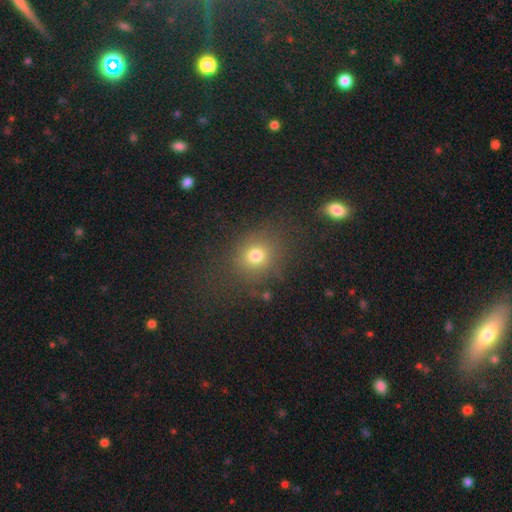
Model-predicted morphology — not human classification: Smooth or featured?
  - smooth: 74% *
  - star or artifact: 17%
  - featured or disk: 9%
How rounded?
  - round: 74% *
  - in between: 24%
  - cigar-shaped: 2%
Merging?
  - none: 79% *
  - minor disturbance: 11%
  - major disturbance: 7%
  - merger: 3%